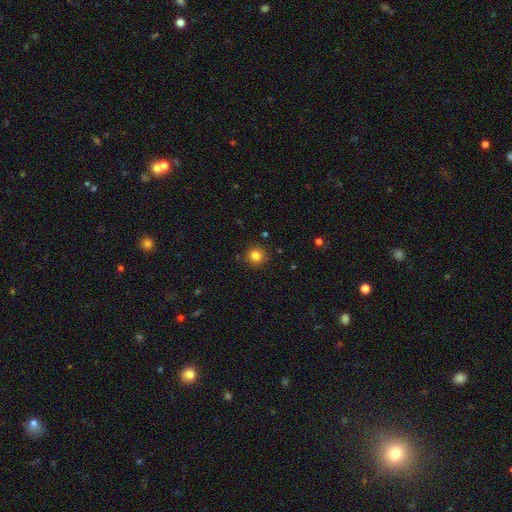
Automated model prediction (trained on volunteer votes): Q: Smooth or featured?
A: smooth (83%); runner-up: star or artifact (12%)
Q: How rounded?
A: round (94%); runner-up: in between (5%)
Q: Merging?
A: none (90%); runner-up: minor disturbance (7%)